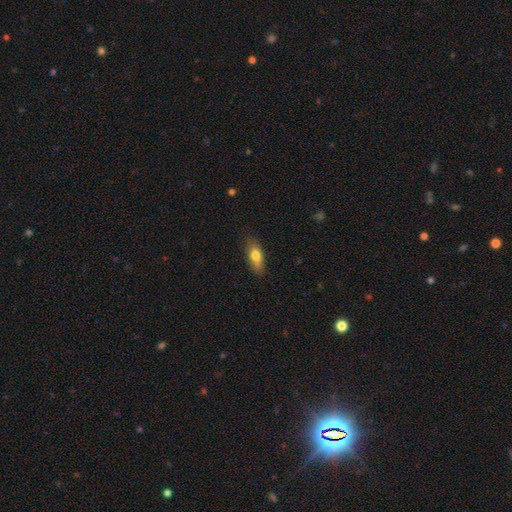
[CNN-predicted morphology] Smooth or featured? smooth (75%)
How rounded? in between (76%)
Merging? none (77%)